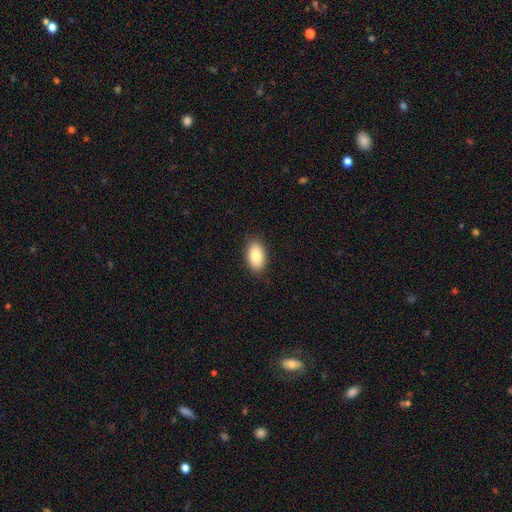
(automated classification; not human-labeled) This is clearly a smooth galaxy (83%). How rounded: clearly in between (91%). Merging: clearly none (87%).